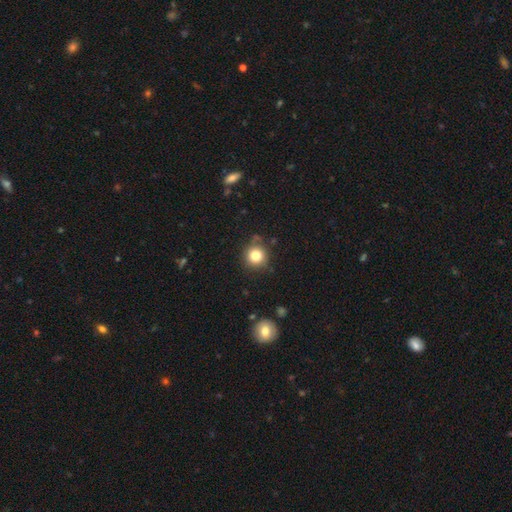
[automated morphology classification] Smooth or featured? smooth (81%)
How rounded? round (93%)
Merging? none (83%)